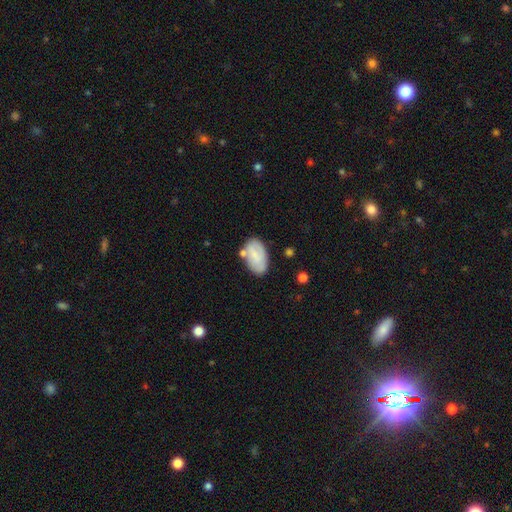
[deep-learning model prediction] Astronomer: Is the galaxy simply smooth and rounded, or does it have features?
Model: smooth — 72%.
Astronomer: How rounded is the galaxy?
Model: in between — 94%.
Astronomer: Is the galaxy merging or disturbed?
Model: none — 64%.